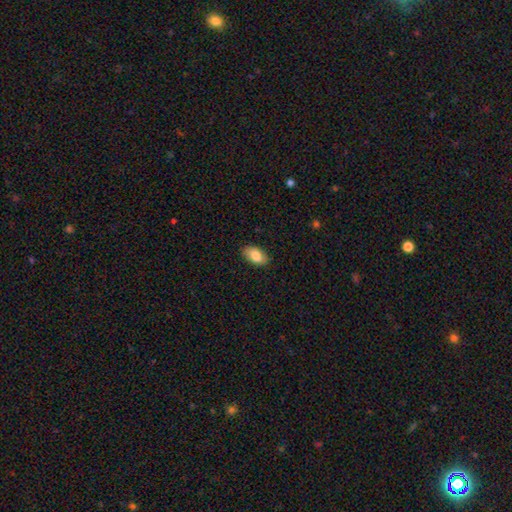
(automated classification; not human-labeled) This appears to be a smooth galaxy with no disk features (84%) that is in between round and cigar-shaped (94%). Merging: none (86%).